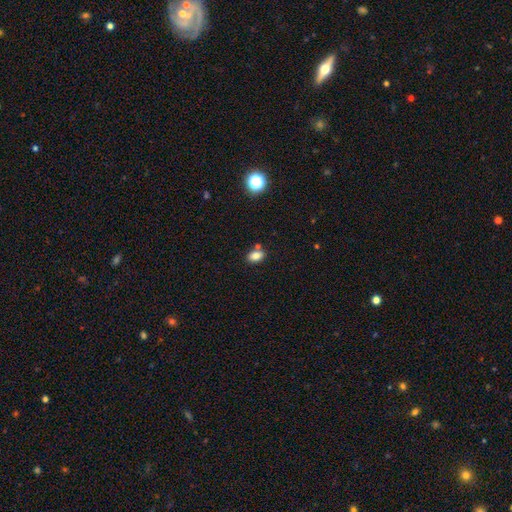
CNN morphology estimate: type=smooth (82%); roundness=in between (82%); merging=none (71%).